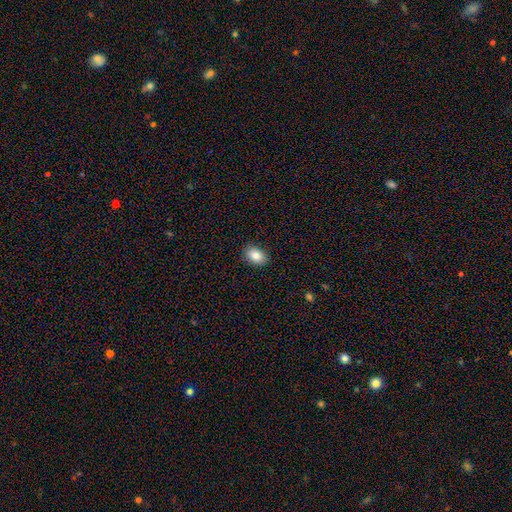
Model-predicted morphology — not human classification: This is clearly a smooth galaxy (84%). How rounded: likely in between (78%). Merging: clearly none (89%).